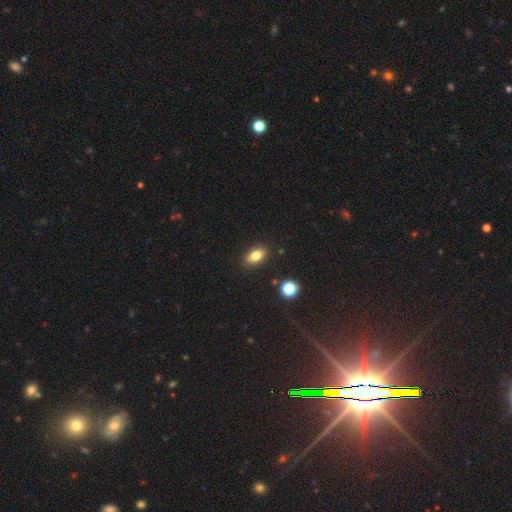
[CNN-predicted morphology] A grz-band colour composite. It shows a smooth galaxy with no disk features (82%) that is in between round and cigar-shaped (88%). Merging: none (87%).